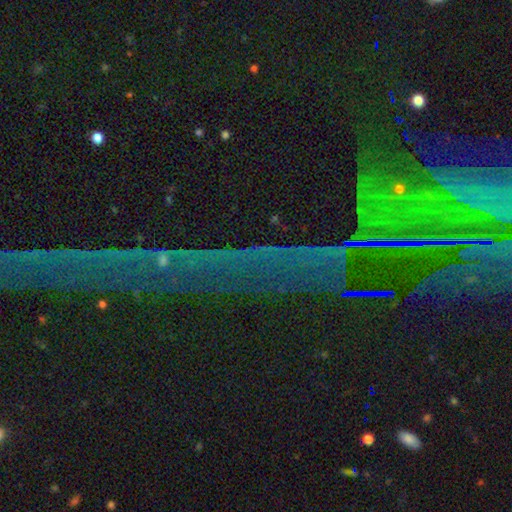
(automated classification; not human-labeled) smooth_or_featured: star or artifact (p=0.82) [alt: featured or disk p=0.10]